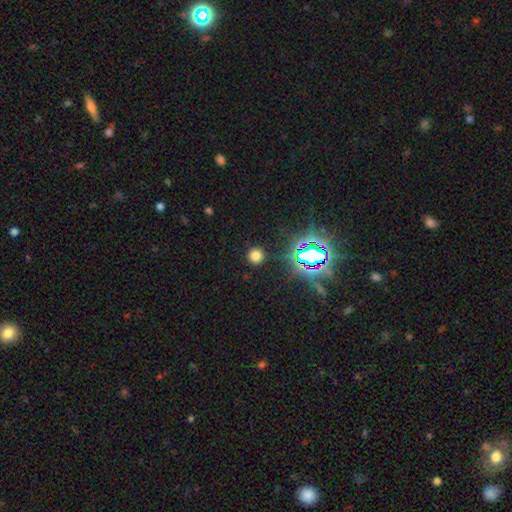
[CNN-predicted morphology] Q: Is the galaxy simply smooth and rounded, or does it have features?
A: smooth — 69%.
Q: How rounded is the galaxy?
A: round — 94%.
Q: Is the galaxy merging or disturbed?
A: none — 89%.